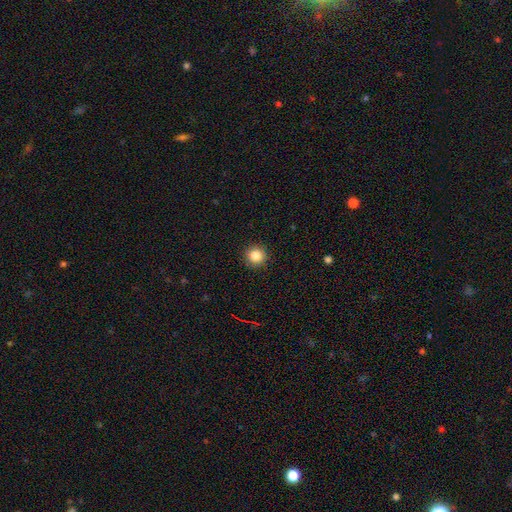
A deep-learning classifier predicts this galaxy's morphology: This is clearly a smooth galaxy (86%). How rounded: clearly round (95%). Merging: clearly none (92%).